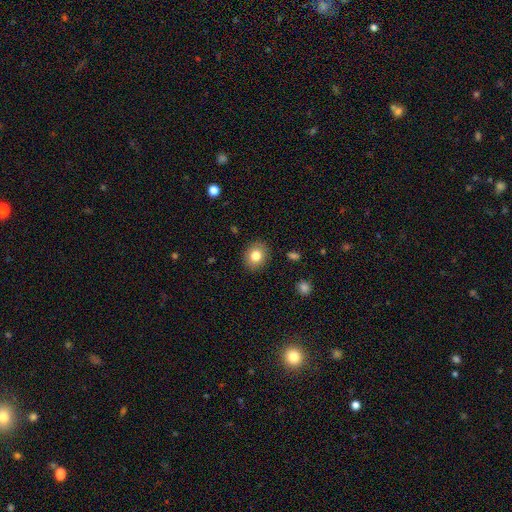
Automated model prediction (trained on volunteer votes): A smooth galaxy with no disk features (81%) that is round (64%). Merging: none (89%).